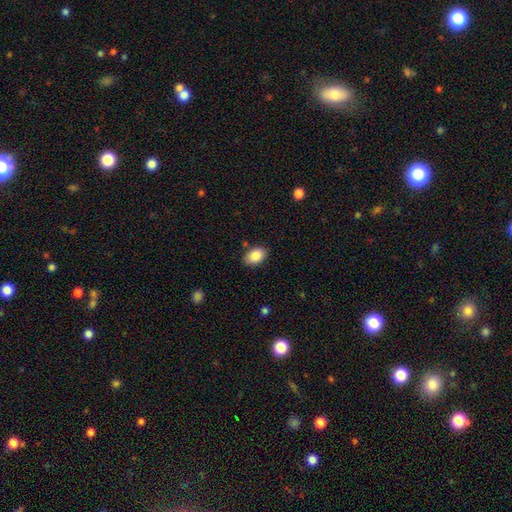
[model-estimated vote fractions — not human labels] Morphology: type=smooth (87%); roundness=in between (85%); merging=none (84%).